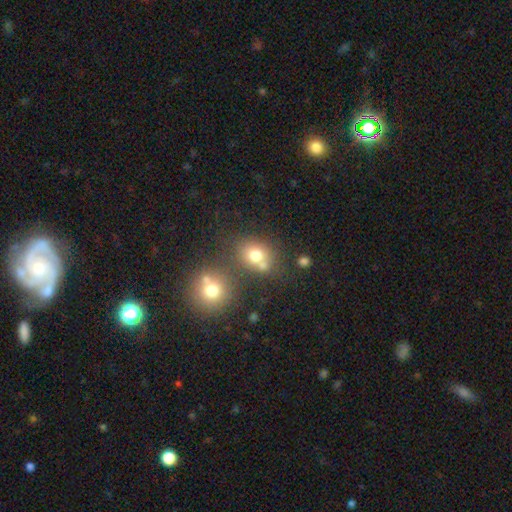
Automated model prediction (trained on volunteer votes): smooth 74%, star or artifact 15%, featured or disk 12%. Down the decision tree: how rounded — round (59%); merging — none (54%).